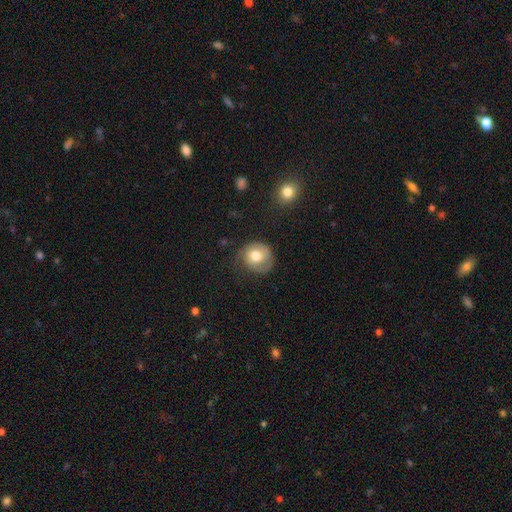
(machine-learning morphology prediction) smooth 60%, featured or disk 33%, star or artifact 7%. Down the decision tree: how rounded — round (82%); merging — none (59%).